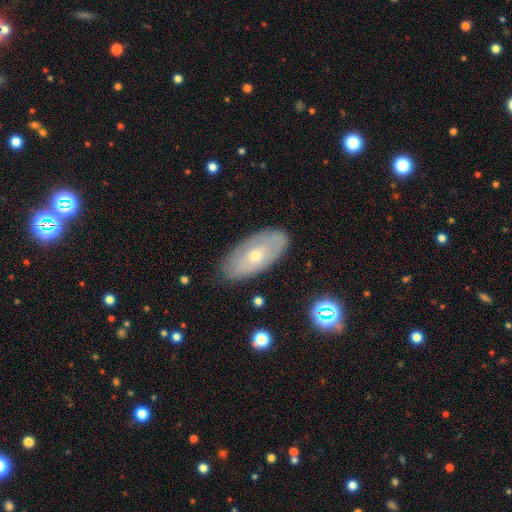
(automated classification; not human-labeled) A featured or disk galaxy (51%).

Vote fractions:
- Smooth or featured? featured or disk: 51% / smooth: 41% / star or artifact: 8%
- Edge-on disk? no: 85% / yes: 15%
- Merging? none: 80% / minor disturbance: 15% / major disturbance: 4% / merger: 1%